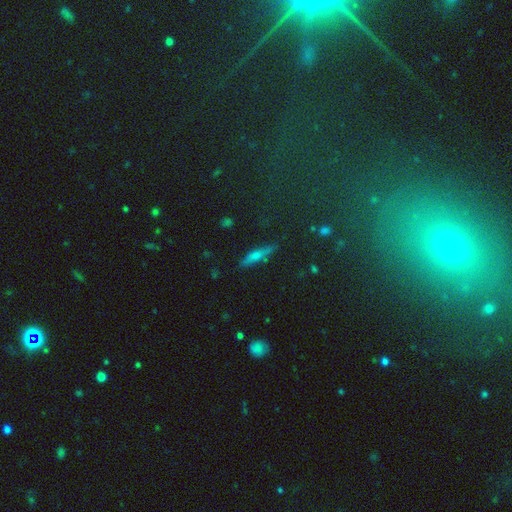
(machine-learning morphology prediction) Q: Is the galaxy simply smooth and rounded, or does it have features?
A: smooth — 43%.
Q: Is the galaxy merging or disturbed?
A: none — 83%.